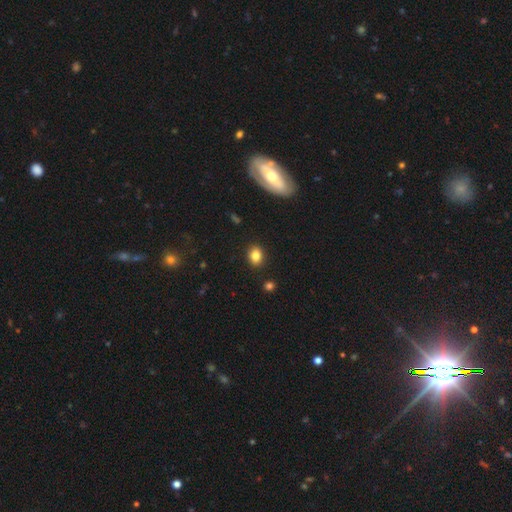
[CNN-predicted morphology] Overall: smooth (83%). How rounded: in between (53%; round 45%). Merging: none (89%).